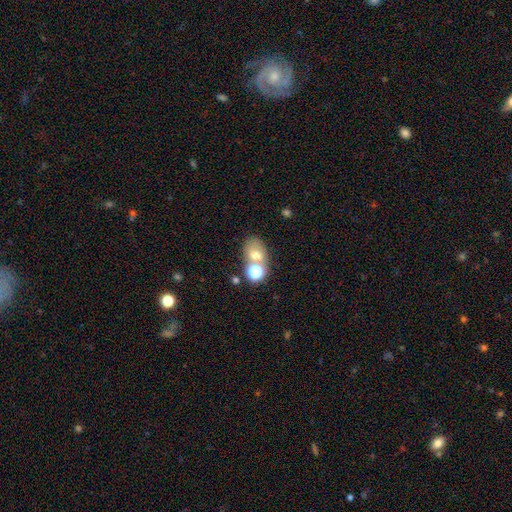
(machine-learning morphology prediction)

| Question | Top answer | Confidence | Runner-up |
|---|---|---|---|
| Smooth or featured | smooth | 64% | featured or disk (19%) |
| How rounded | in between | 60% | round (39%) |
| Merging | none | 43% | merger (39%) |